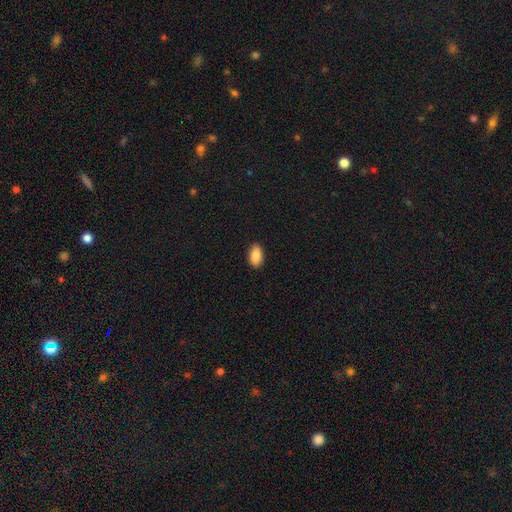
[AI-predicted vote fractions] smooth-or-featured: smooth: 89% | star or artifact: 7% | featured or disk: 5%
  how-rounded: in between: 93% | round: 4% | cigar-shaped: 3%
  merging: none: 89% | minor disturbance: 8% | major disturbance: 2% | merger: 1%